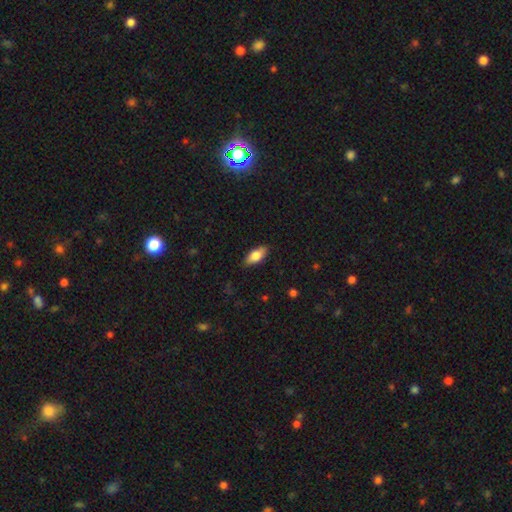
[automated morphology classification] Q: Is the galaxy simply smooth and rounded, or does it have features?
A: smooth — 78%.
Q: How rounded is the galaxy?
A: in between — 85%.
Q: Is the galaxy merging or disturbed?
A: none — 87%.